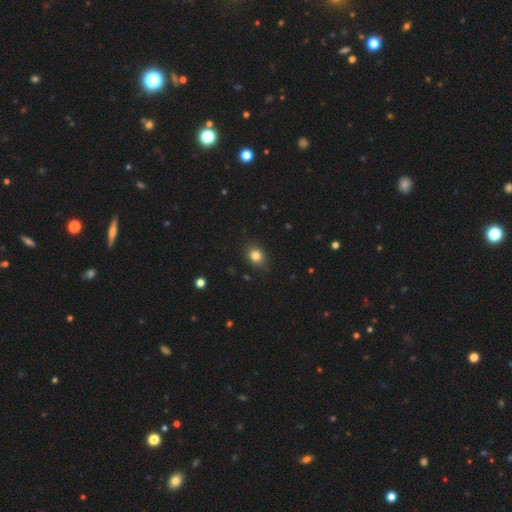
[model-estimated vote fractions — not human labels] Overall: smooth (82%). How rounded: round (50%; in between 49%). Merging: none (85%).